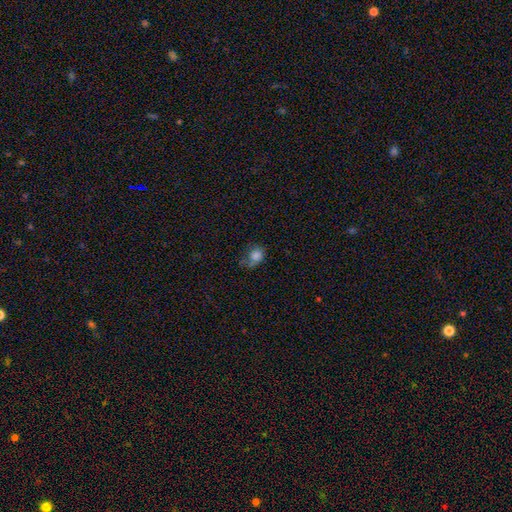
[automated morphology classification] This appears to be a smooth galaxy with no disk features (77%) that is round (53%). Merging: none (35%).